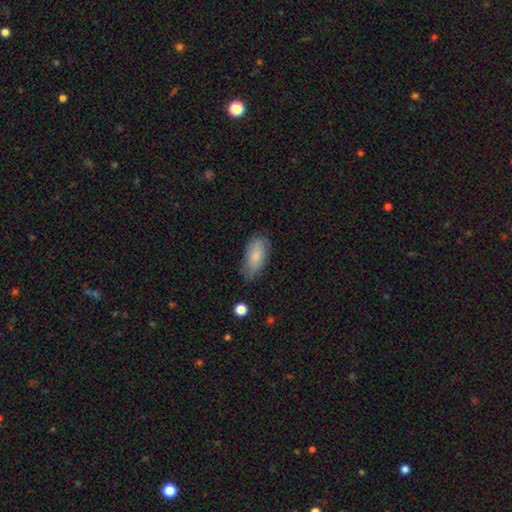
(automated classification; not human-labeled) Q: Smooth or featured?
A: smooth (78%); runner-up: featured or disk (15%)
Q: How rounded?
A: in between (90%); runner-up: cigar-shaped (7%)
Q: Merging?
A: none (67%); runner-up: minor disturbance (26%)